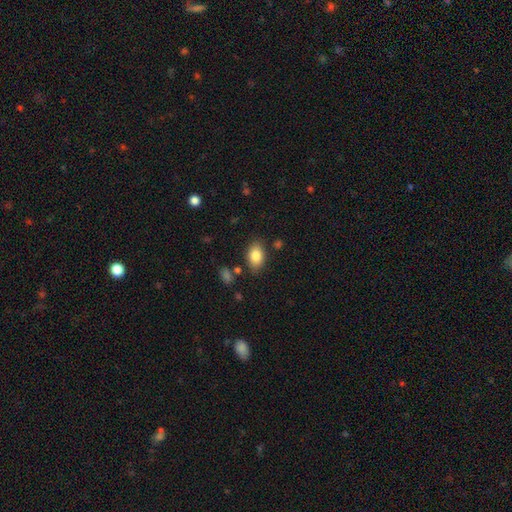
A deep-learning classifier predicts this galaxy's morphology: A smooth galaxy with no disk features (84%) that is in between round and cigar-shaped (87%).

Vote fractions:
- Smooth or featured? smooth: 84% / featured or disk: 8% / star or artifact: 8%
- How rounded? in between: 87% / round: 11% / cigar-shaped: 1%
- Merging? none: 81% / minor disturbance: 12% / major disturbance: 3% / merger: 3%